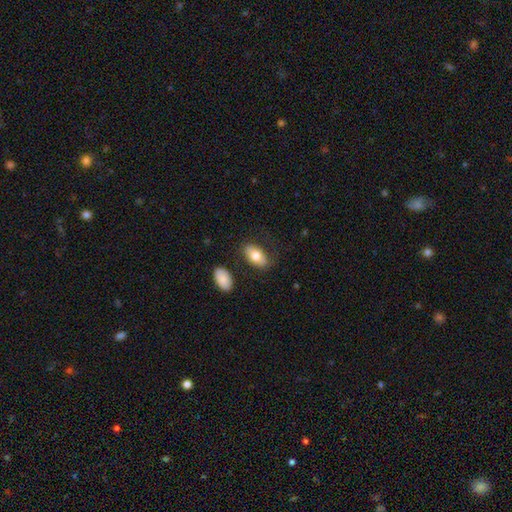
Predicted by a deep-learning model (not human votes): A smooth galaxy with no disk features (75%) that is in between round and cigar-shaped (93%).

Vote fractions:
- Smooth or featured? smooth: 75% / featured or disk: 18% / star or artifact: 6%
- How rounded? in between: 93% / round: 4% / cigar-shaped: 3%
- Merging? none: 77% / minor disturbance: 14% / major disturbance: 5% / merger: 4%